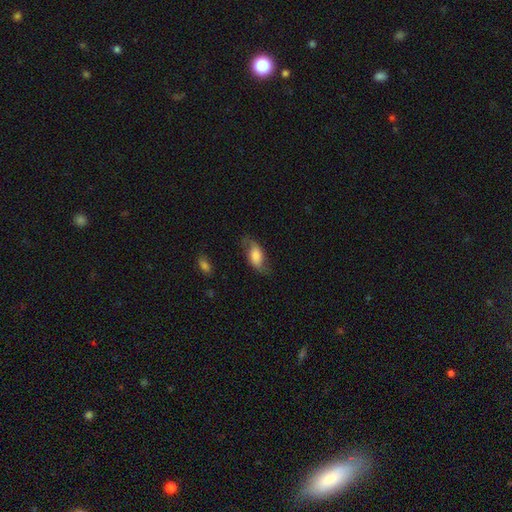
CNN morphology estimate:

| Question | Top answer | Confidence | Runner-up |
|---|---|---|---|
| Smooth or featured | featured or disk | 46% | tied: smooth (46%) |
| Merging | none | 67% | minor disturbance (21%) |